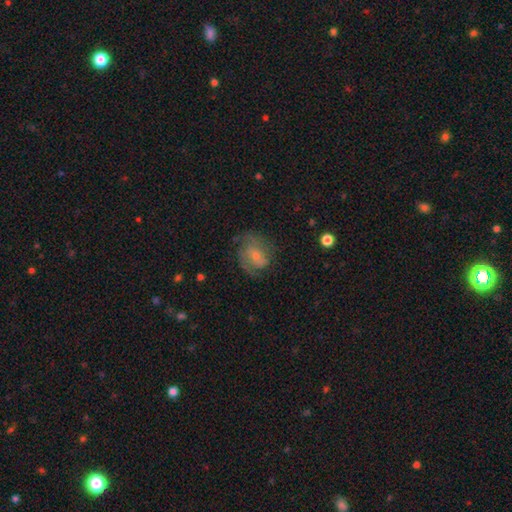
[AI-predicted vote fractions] Smooth or featured? Predicted: featured or disk (p=0.61). Edge-on disk? Predicted: no (p=0.97). Bar? Predicted: no (p=0.55). Spiral arms? Predicted: yes (p=0.85). Spiral winding? Predicted: medium (p=0.44). Spiral arm count? Predicted: 2 (p=0.41). Bulge size? Predicted: small (p=0.58). Merging? Predicted: none (p=0.65).